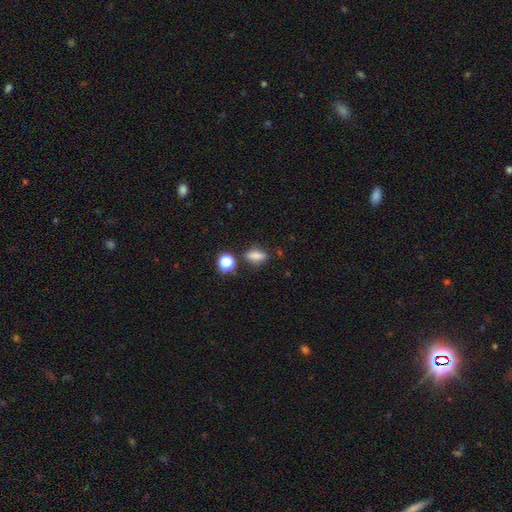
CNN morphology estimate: Smooth or featured? Predicted: smooth (p=0.79). How rounded? Predicted: in between (p=0.69). Merging? Predicted: none (p=0.74).